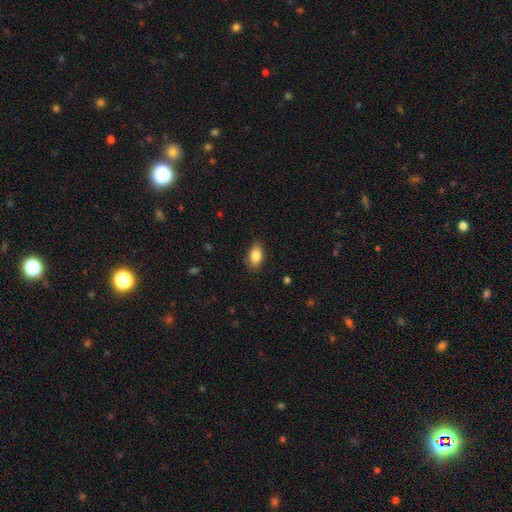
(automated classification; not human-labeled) Smooth or featured: smooth — 86% (star or artifact — 8%)
How rounded: in between — 89% (round — 8%)
Merging: none — 84% (minor disturbance — 12%)